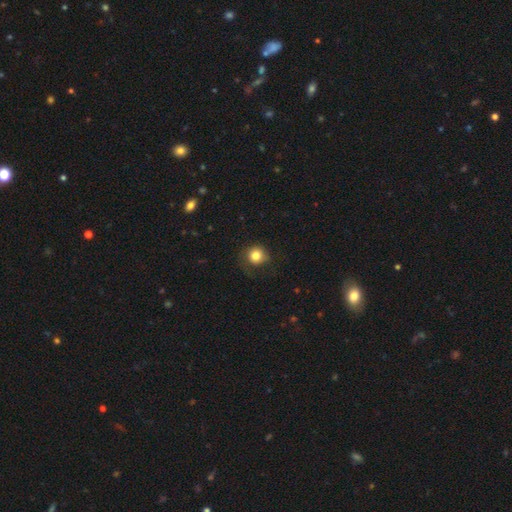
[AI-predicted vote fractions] smooth 81%, star or artifact 11%, featured or disk 8%. Down the decision tree: how rounded — round (90%); merging — none (70%).